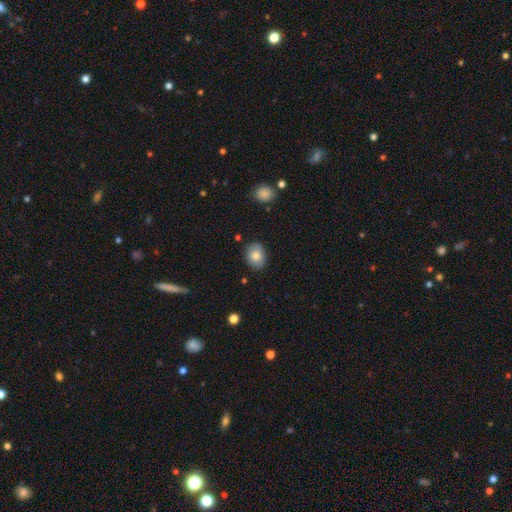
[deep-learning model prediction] This is likely a smooth galaxy (78%). How rounded: possibly in between (59%). Merging: clearly none (83%).